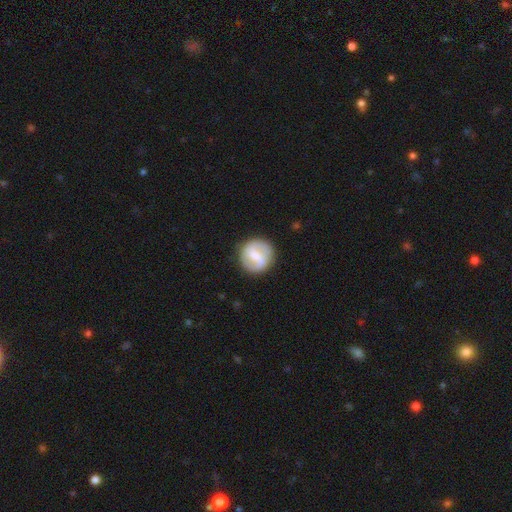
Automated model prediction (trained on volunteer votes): Smooth or featured? Predicted: featured or disk (p=0.65). Edge-on disk? Predicted: no (p=0.97). Bar? Predicted: weak (p=0.43, tied with strong). Spiral arms? Predicted: yes (p=0.76). Bulge size? Predicted: moderate (p=0.52). Merging? Predicted: none (p=0.87).